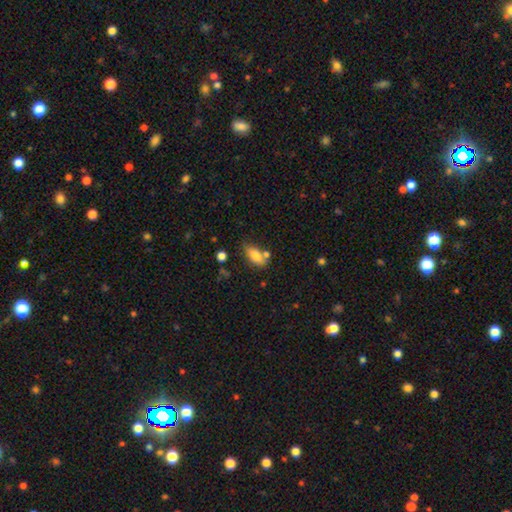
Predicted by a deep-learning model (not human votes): This is likely a smooth galaxy (77%). How rounded: clearly in between (86%). Merging: possibly none (55%).